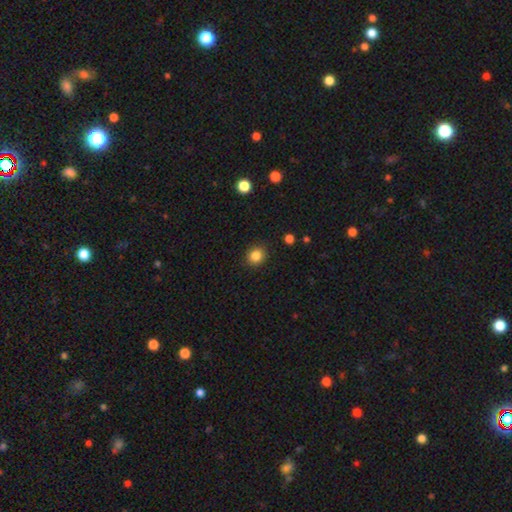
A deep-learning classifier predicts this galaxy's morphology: smooth_or_featured: smooth (p=0.85) [alt: star or artifact p=0.11]
how_rounded: round (p=0.81) [alt: in between p=0.18]
merging: none (p=0.90) [alt: minor disturbance p=0.07]